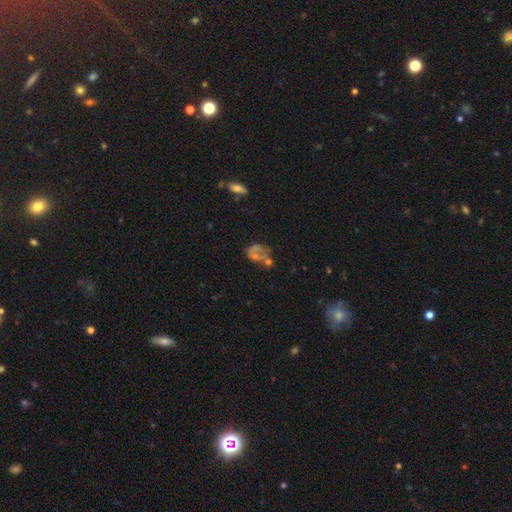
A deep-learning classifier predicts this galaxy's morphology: Smooth or featured: featured or disk — 46% (smooth — 31%)
Merging: none — 32% (merger — 27%)